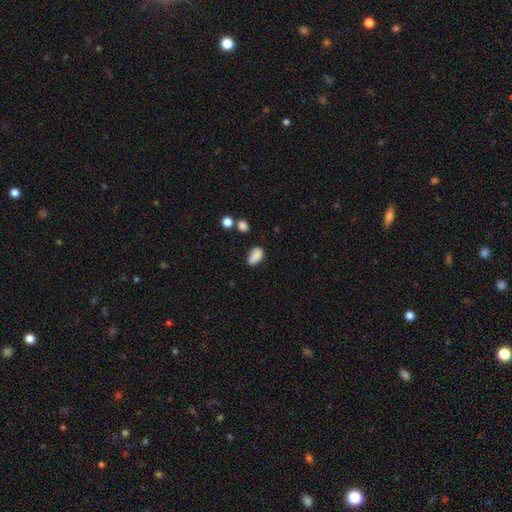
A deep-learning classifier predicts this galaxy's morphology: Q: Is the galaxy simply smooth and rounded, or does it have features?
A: smooth — 85%.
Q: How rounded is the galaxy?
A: in between — 89%.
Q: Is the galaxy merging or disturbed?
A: none — 61%.